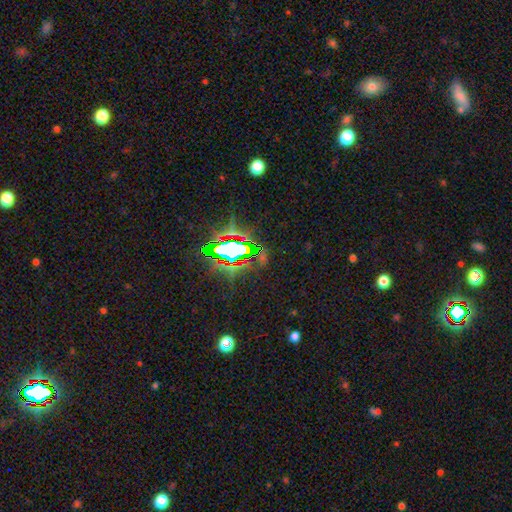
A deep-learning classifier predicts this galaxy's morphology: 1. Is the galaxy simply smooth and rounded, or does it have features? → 81% star or artifact, 10% smooth, 9% featured or disk.